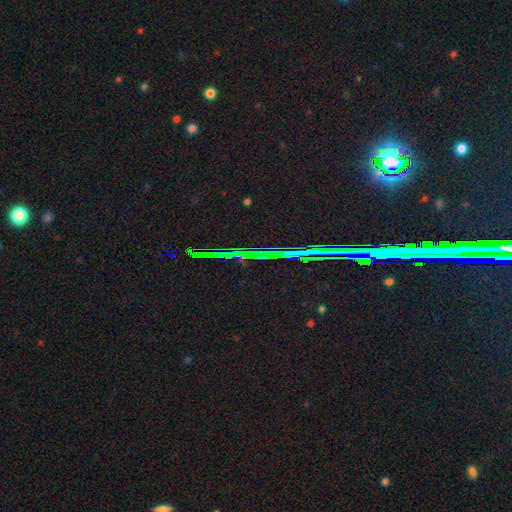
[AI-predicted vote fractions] smooth_or_featured: star or artifact (p=0.83) [alt: featured or disk p=0.09]